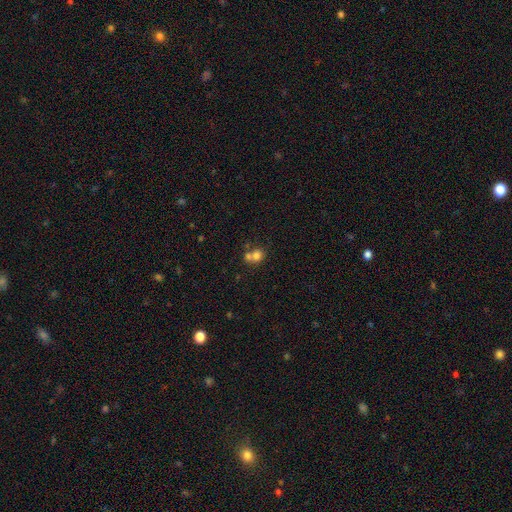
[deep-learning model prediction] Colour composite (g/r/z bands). It shows a smooth galaxy with no disk features (73%) that is round (75%). Merging: merger (52%).